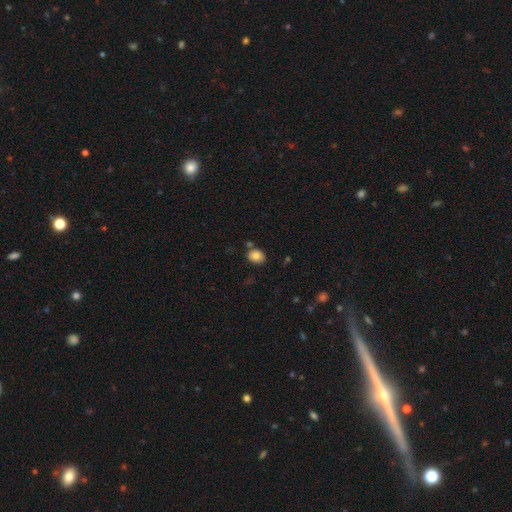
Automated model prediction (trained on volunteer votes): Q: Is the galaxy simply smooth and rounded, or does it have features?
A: smooth — 80%.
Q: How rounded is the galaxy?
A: in between — 53%.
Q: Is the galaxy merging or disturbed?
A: none — 76%.